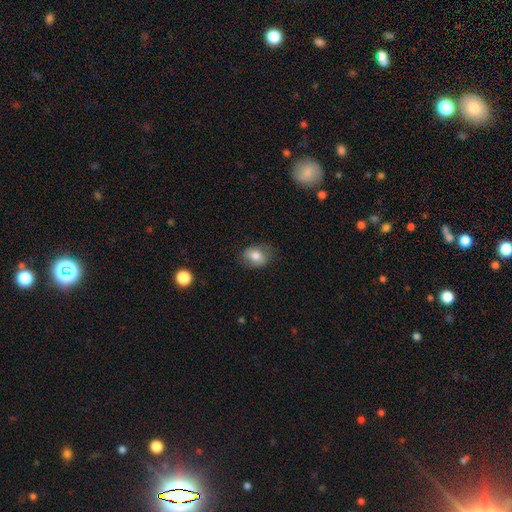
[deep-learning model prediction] Smooth or featured?
  - smooth: 76% *
  - featured or disk: 15%
  - star or artifact: 9%
How rounded?
  - in between: 64% *
  - round: 35%
  - cigar-shaped: 1%
Merging?
  - none: 76% *
  - minor disturbance: 18%
  - major disturbance: 5%
  - merger: 1%